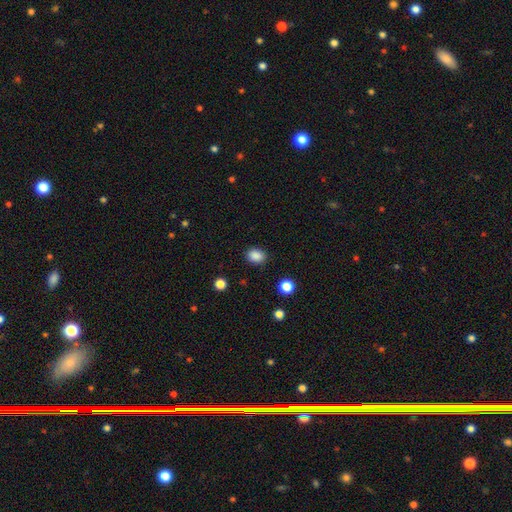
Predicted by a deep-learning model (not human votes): smooth_or_featured: smooth (p=0.87) [alt: star or artifact p=0.10]
how_rounded: in between (p=0.63) [alt: round p=0.36]
merging: none (p=0.87) [alt: minor disturbance p=0.09]